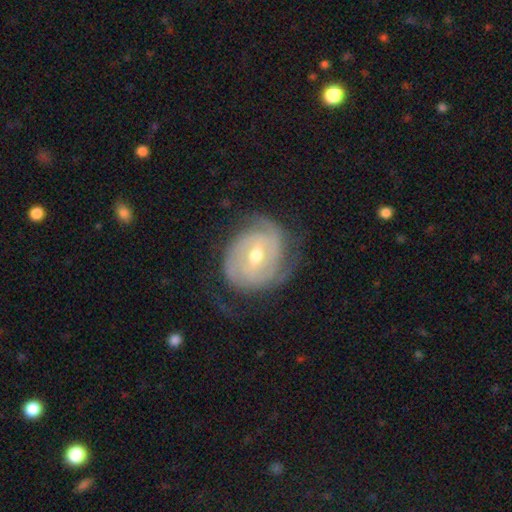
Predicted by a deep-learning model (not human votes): smooth-or-featured: featured or disk: 83% | smooth: 12% | star or artifact: 5%
  disk-edge-on: no: 97% | yes: 3%
    bar: weak: 48% | no: 35% | strong: 16%
    has-spiral-arms: yes: 92% | no: 8%
      spiral-winding: tight: 64% | medium: 27% | loose: 9%
      spiral-arm-count: 2: 45% | can't tell: 26% | 3: 17% | 1: 5% | 4: 4% | more than 4: 3%
    bulge-size: moderate: 67% | small: 29% | large: 2% | none: 1% | dominant: 1%
  merging: none: 68% | minor disturbance: 21% | major disturbance: 10% | merger: 1%